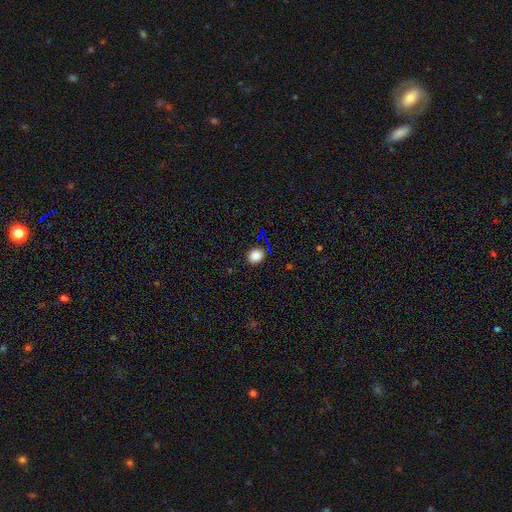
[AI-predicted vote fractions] smooth_or_featured: smooth (p=0.82) [alt: star or artifact p=0.14]
how_rounded: round (p=0.64) [alt: in between p=0.35]
merging: none (p=0.87) [alt: minor disturbance p=0.09]